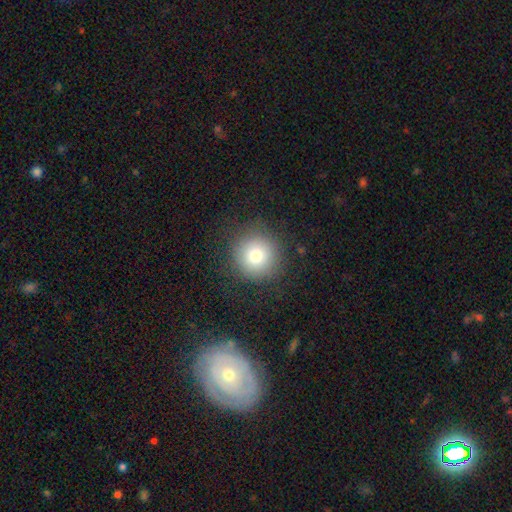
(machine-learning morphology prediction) Smooth or featured? Predicted: smooth (p=0.78). How rounded? Predicted: round (p=0.94). Merging? Predicted: none (p=0.86).